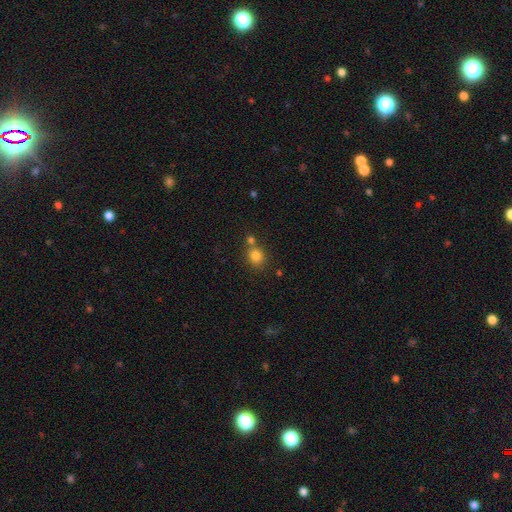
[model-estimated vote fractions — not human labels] smooth-or-featured: smooth: 81% | star or artifact: 12% | featured or disk: 7%
  how-rounded: round: 74% | in between: 25% | cigar-shaped: 1%
  merging: none: 62% | merger: 25% | minor disturbance: 10% | major disturbance: 3%